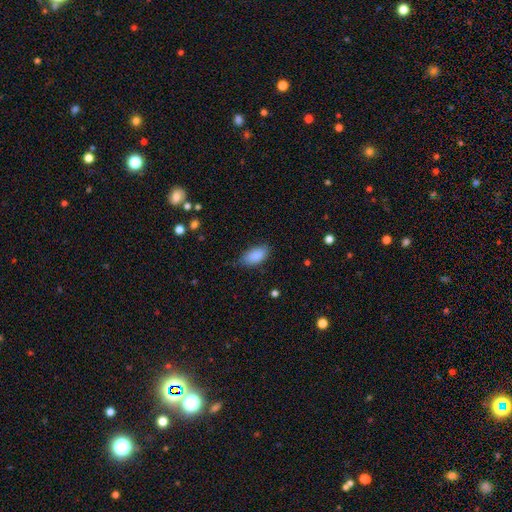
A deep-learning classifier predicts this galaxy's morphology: Smooth or featured? smooth (89%)
How rounded? in between (92%)
Merging? none (72%)